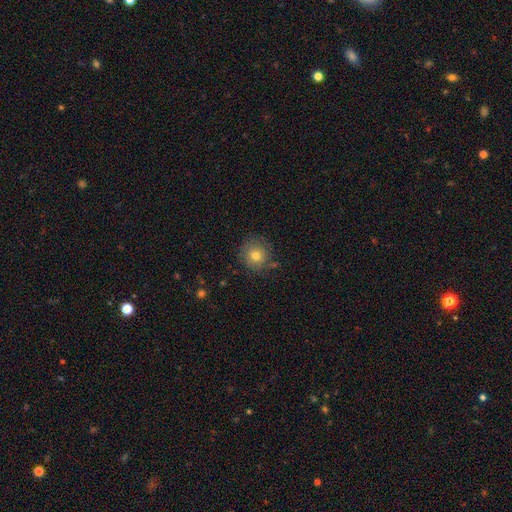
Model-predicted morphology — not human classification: Smooth or featured? smooth (75%)
How rounded? round (92%)
Merging? none (81%)